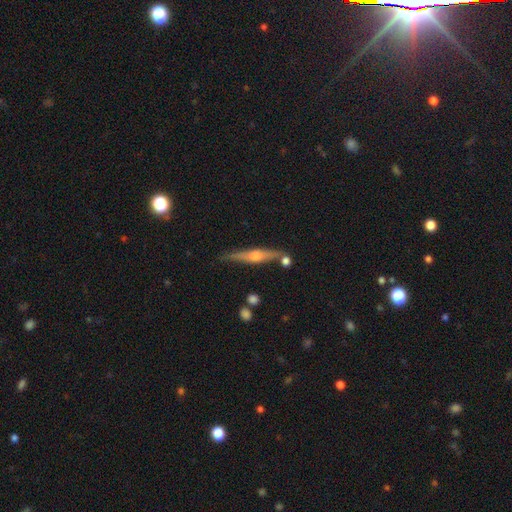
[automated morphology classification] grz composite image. It shows a featured or disk galaxy (76%) viewed edge-on (97%) with a rounded central bulge (90%). Merging: none (81%).